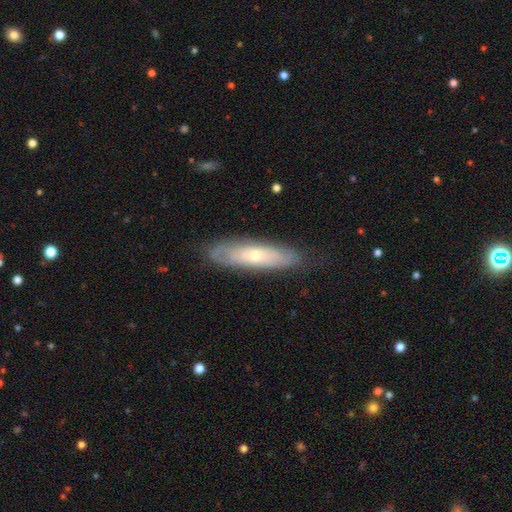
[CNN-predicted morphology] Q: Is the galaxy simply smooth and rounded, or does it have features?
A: featured or disk — 56%.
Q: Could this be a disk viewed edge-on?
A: no — 65%.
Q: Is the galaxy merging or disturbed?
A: none — 77%.